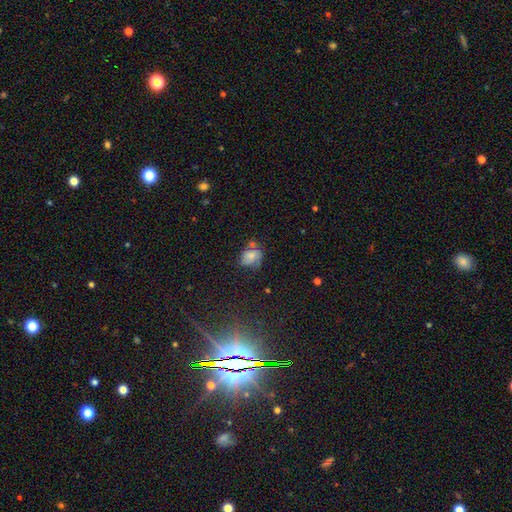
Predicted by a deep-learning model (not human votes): smooth 40%, featured or disk 38%, star or artifact 22%. Down the decision tree: merging — none (57%).